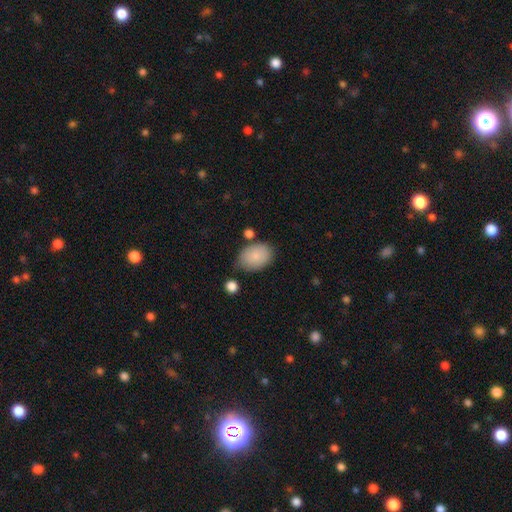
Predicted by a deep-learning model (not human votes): Smooth or featured? Predicted: smooth (p=0.85). How rounded? Predicted: in between (p=0.83). Merging? Predicted: none (p=0.68).